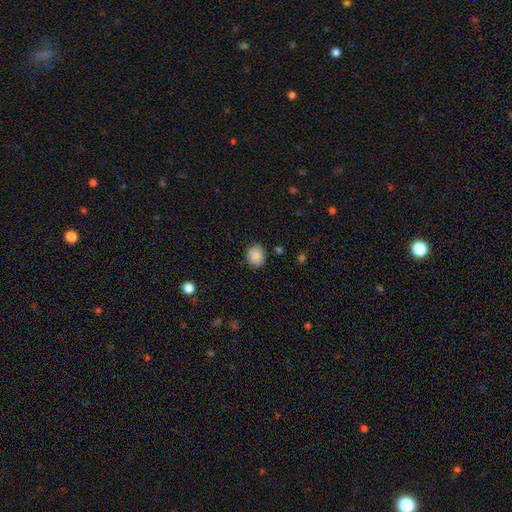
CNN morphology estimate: A smooth galaxy with no disk features (88%) that is round (65%).

Vote fractions:
- Smooth or featured? smooth: 88% / star or artifact: 9% / featured or disk: 4%
- How rounded? round: 65% / in between: 34% / cigar-shaped: 1%
- Merging? none: 84% / minor disturbance: 12% / major disturbance: 3% / merger: 2%